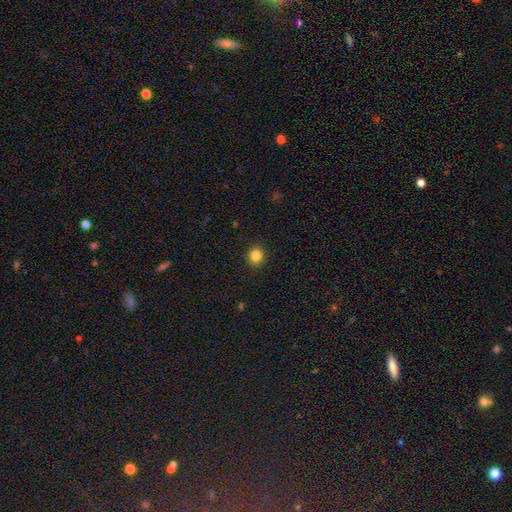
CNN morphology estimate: Smooth or featured? smooth (85%)
How rounded? round (82%)
Merging? none (91%)